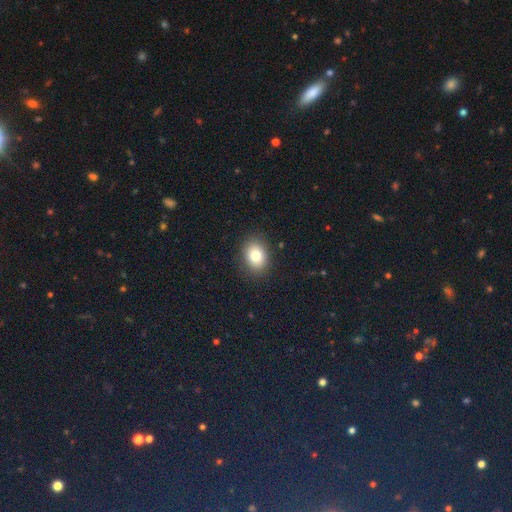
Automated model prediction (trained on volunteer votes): Smooth or featured? Predicted: smooth (p=0.79). How rounded? Predicted: in between (p=0.59). Merging? Predicted: none (p=0.88).